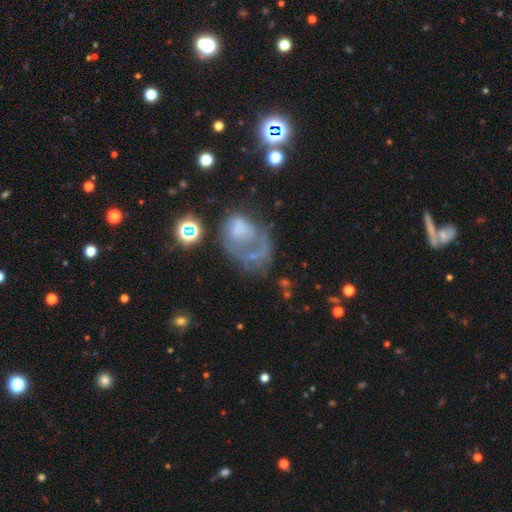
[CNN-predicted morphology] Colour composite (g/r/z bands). It shows a featured or disk galaxy (46%). Merging: major disturbance (44%).